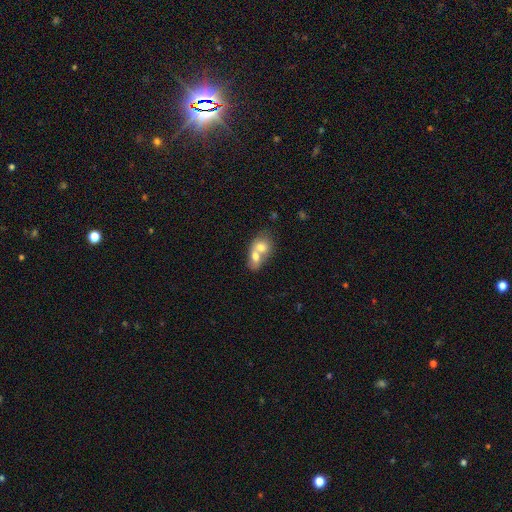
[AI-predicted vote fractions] smooth-or-featured: smooth: 68% | featured or disk: 25% | star or artifact: 8%
  how-rounded: in between: 59% | round: 39% | cigar-shaped: 2%
  merging: merger: 78% | none: 14% | minor disturbance: 5% | major disturbance: 3%